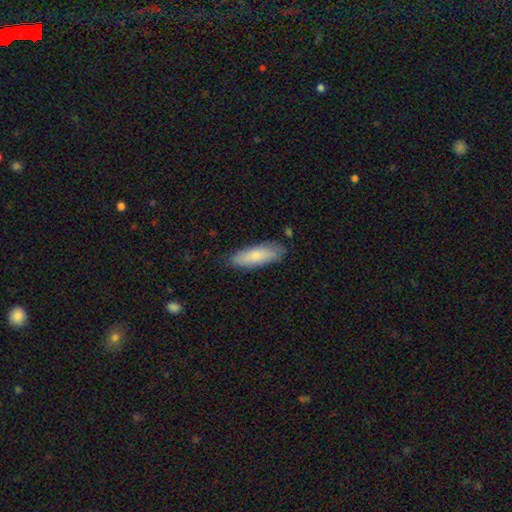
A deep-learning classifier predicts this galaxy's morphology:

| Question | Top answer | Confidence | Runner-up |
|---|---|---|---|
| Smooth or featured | smooth | 79% | featured or disk (16%) |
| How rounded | in between | 57% | cigar-shaped (41%) |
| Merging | none | 80% | minor disturbance (15%) |